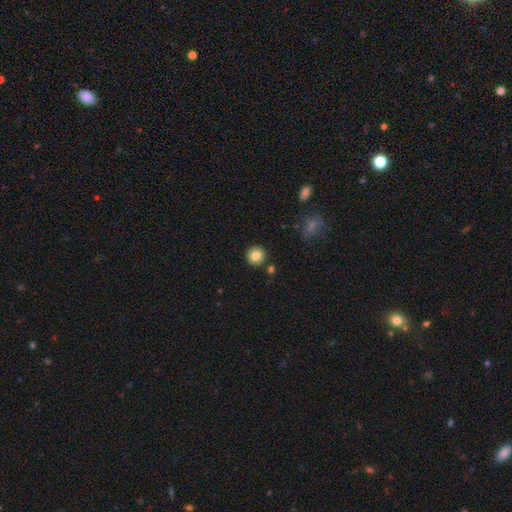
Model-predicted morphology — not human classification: type=smooth (82%); roundness=round (94%); merging=none (89%).